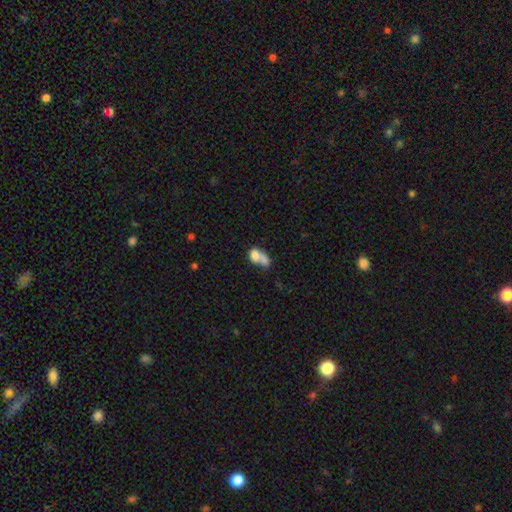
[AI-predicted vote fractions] smooth-or-featured: smooth: 72% | featured or disk: 19% | star or artifact: 9%
  how-rounded: in between: 74% | round: 23% | cigar-shaped: 3%
  merging: merger: 67% | none: 18% | minor disturbance: 8% | major disturbance: 8%